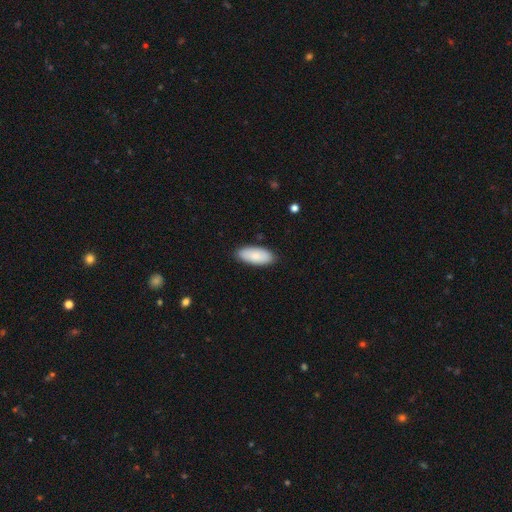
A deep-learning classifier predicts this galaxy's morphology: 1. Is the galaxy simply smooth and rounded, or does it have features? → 86% smooth, 9% featured or disk, 6% star or artifact.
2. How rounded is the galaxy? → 88% in between, 10% cigar-shaped, 2% round.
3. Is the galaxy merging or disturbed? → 87% none, 10% minor disturbance, 2% major disturbance, 1% merger.